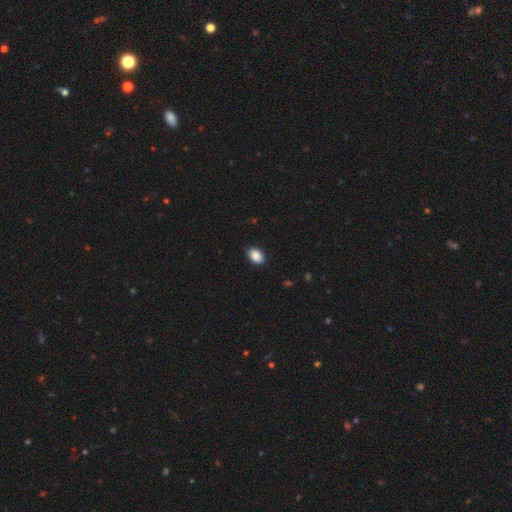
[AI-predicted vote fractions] Q: Smooth or featured?
A: smooth (90%); runner-up: star or artifact (8%)
Q: How rounded?
A: in between (85%); runner-up: round (14%)
Q: Merging?
A: none (88%); runner-up: minor disturbance (9%)